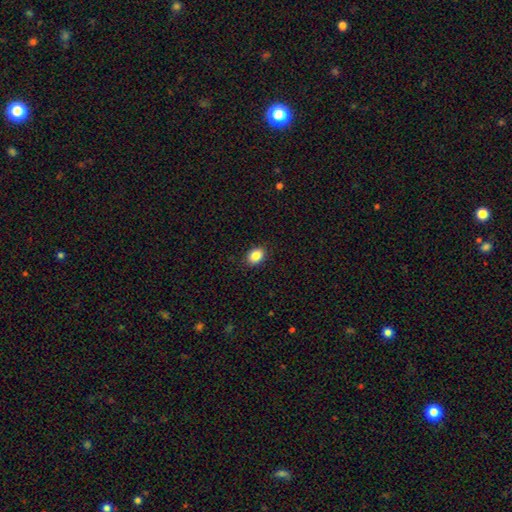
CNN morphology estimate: Q: Smooth or featured?
A: smooth (87%); runner-up: star or artifact (9%)
Q: How rounded?
A: in between (71%); runner-up: round (28%)
Q: Merging?
A: none (90%); runner-up: minor disturbance (8%)